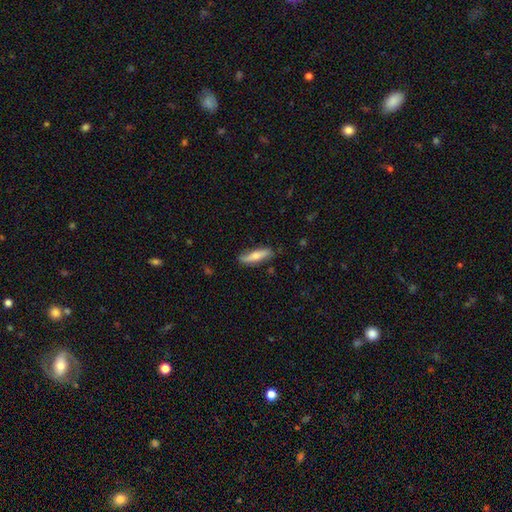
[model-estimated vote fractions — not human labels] This appears to be a smooth galaxy with no disk features (63%) that is cigar-shaped (70%). Merging: none (79%).